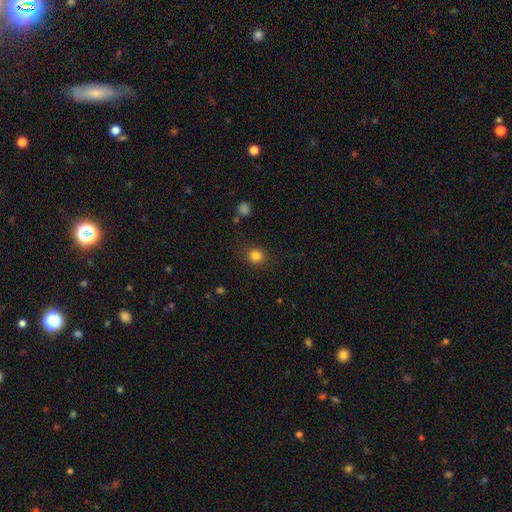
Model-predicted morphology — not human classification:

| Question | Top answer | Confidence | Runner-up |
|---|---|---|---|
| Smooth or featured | smooth | 83% | star or artifact (12%) |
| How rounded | round | 86% | in between (14%) |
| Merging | none | 87% | minor disturbance (8%) |